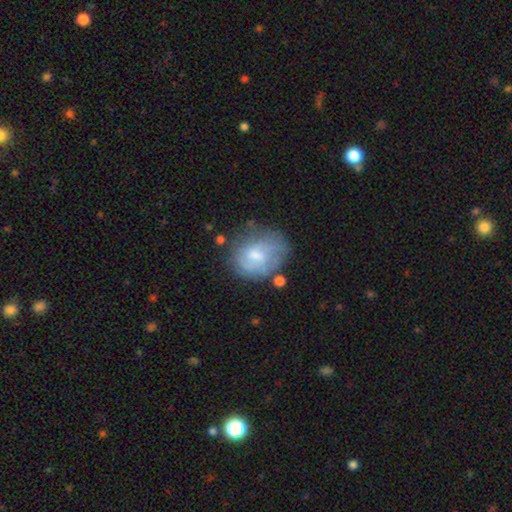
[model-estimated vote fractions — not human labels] smooth-or-featured: smooth: 46% | featured or disk: 45% | star or artifact: 9%
  merging: none: 53% | minor disturbance: 26% | major disturbance: 15% | merger: 5%